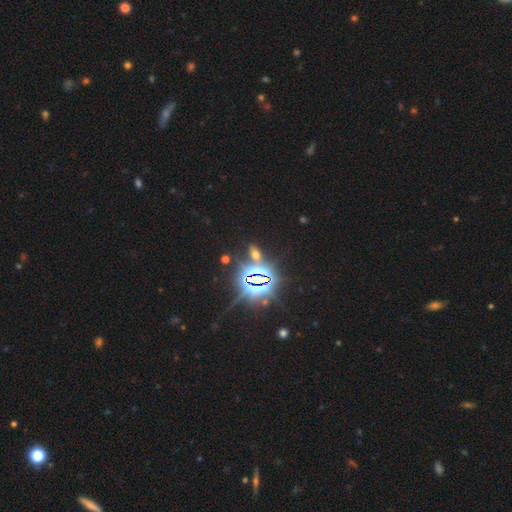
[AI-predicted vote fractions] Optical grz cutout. It shows a star or artifact, not a galaxy (71%).